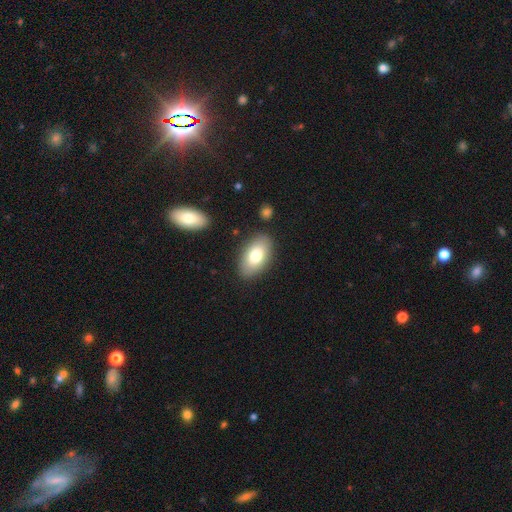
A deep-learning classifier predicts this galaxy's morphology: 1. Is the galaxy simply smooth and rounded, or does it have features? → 77% smooth, 16% featured or disk, 7% star or artifact.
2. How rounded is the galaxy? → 93% in between, 5% round, 2% cigar-shaped.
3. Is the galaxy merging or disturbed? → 84% none, 10% minor disturbance, 3% major disturbance, 3% merger.